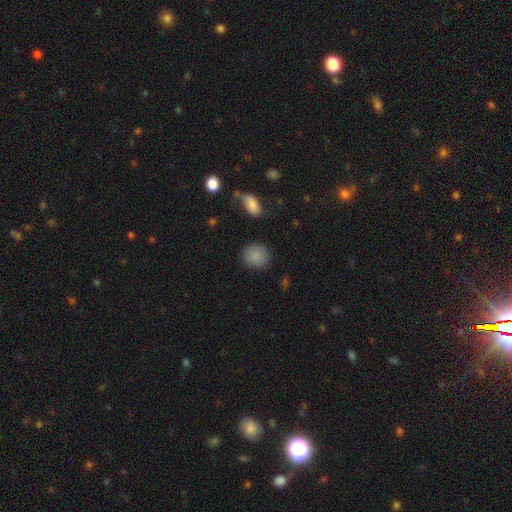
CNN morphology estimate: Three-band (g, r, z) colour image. It shows a smooth galaxy with no disk features (87%) that is round (84%). Merging: none (86%).